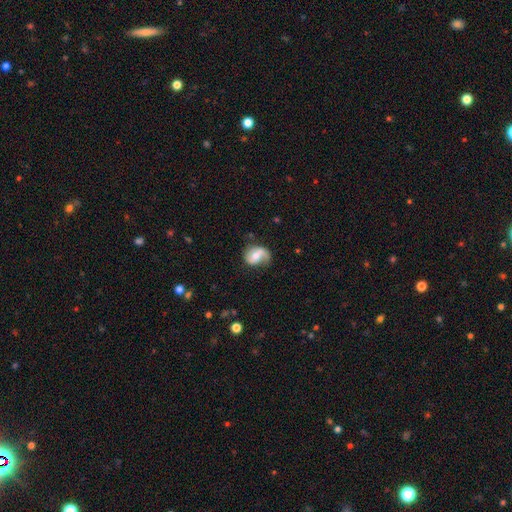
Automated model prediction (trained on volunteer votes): Smooth or featured? Predicted: featured or disk (p=0.67). Edge-on disk? Predicted: no (p=0.97). Bar? Predicted: weak (p=0.45). Spiral arms? Predicted: yes (p=0.90). Spiral winding? Predicted: loose (p=0.49). Spiral arm count? Predicted: 2 (p=0.59). Bulge size? Predicted: moderate (p=0.57). Merging? Predicted: none (p=0.57).